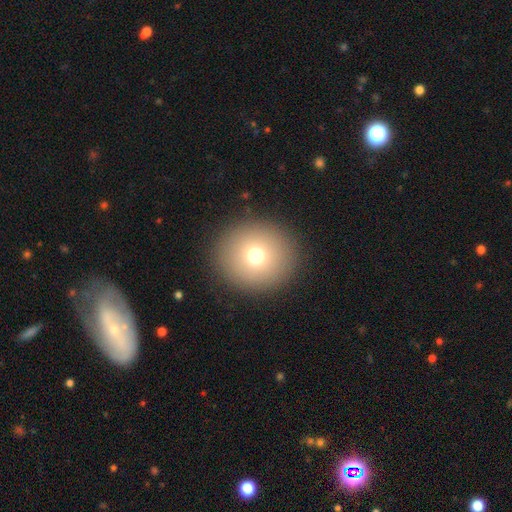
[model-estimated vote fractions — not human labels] A smooth galaxy with no disk features (71%) that is round (92%).

Vote fractions:
- Smooth or featured? smooth: 71% / star or artifact: 16% / featured or disk: 13%
- How rounded? round: 92% / in between: 7% / cigar-shaped: 1%
- Merging? none: 91% / minor disturbance: 5% / major disturbance: 3% / merger: 1%